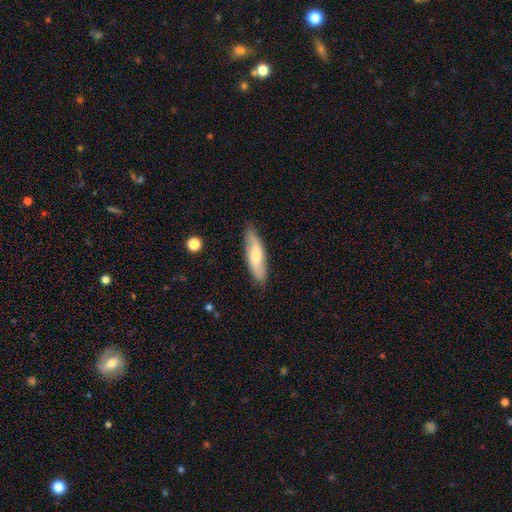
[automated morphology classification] The model was most divided on "smooth or featured": smooth: 56%, featured or disk: 38%, star or artifact: 6%. More confident: merging — none (83%); how rounded — cigar-shaped (58%).